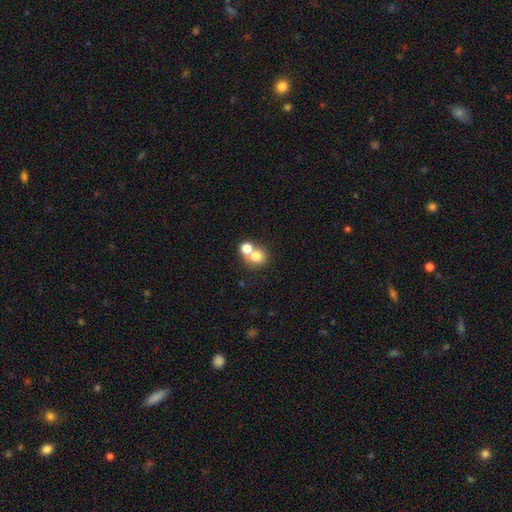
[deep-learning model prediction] Smooth or featured? smooth (75%)
How rounded? round (81%)
Merging? merger (52%)